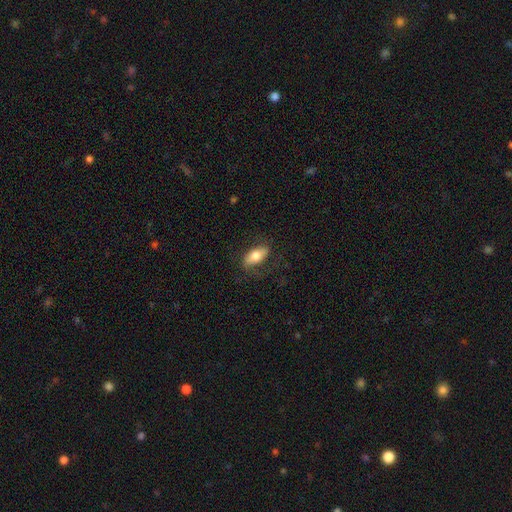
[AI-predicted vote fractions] Overall: smooth (63%; featured or disk 30%). How rounded: in between (82%). Merging: none (72%).